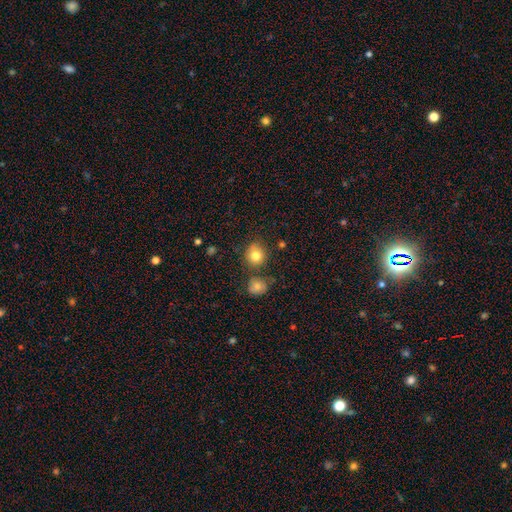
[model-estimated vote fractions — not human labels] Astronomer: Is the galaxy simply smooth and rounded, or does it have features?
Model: smooth — 81%.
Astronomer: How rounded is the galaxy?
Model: round — 84%.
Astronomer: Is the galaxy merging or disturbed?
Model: none — 74%.